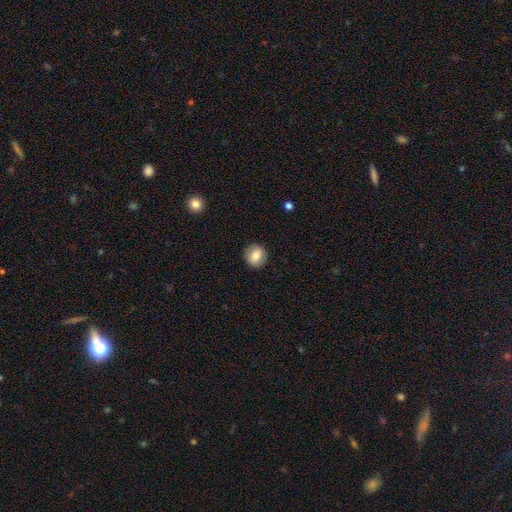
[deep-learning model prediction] Morphology: type=smooth (80%); roundness=round (88%); merging=none (90%).